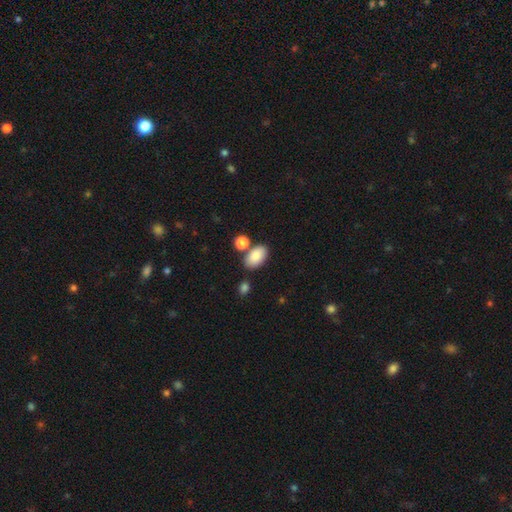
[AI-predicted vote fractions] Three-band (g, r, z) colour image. It shows a smooth galaxy with no disk features (86%) that is in between round and cigar-shaped (93%). Merging: none (70%).